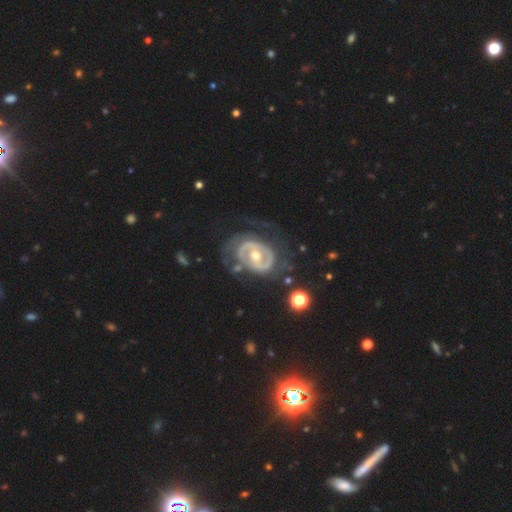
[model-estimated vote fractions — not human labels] smooth_or_featured: featured or disk (p=0.86) [alt: smooth p=0.10]
disk_edge_on: no (p=0.97) [alt: yes p=0.03]
bar: no (p=0.45) [alt: weak p=0.32]
has_spiral_arms: yes (p=0.75) [alt: no p=0.25]
spiral_winding: tight (p=0.48) [alt: medium p=0.35]
spiral_arm_count: 2 (p=0.62) [alt: can't tell p=0.17]
bulge_size: moderate (p=0.69) [alt: small p=0.25]
merging: none (p=0.53) [alt: major disturbance p=0.22]